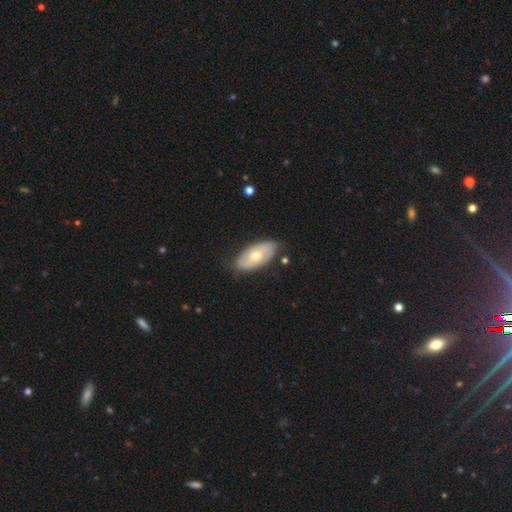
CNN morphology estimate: This is possibly a smooth galaxy (55%). How rounded: clearly in between (92%). Merging: likely none (76%).